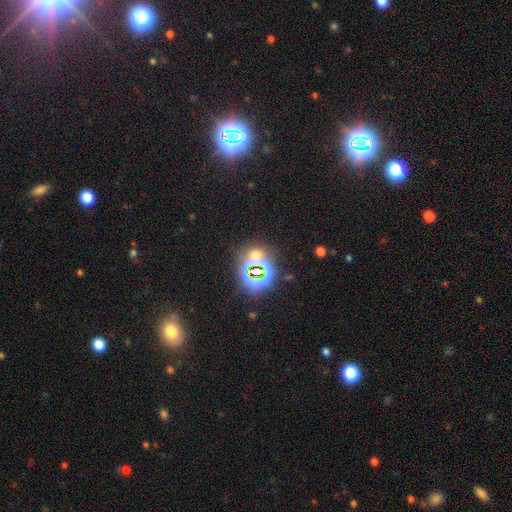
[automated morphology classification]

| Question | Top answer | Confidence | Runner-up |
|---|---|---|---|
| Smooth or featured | star or artifact | 64% | smooth (28%) |